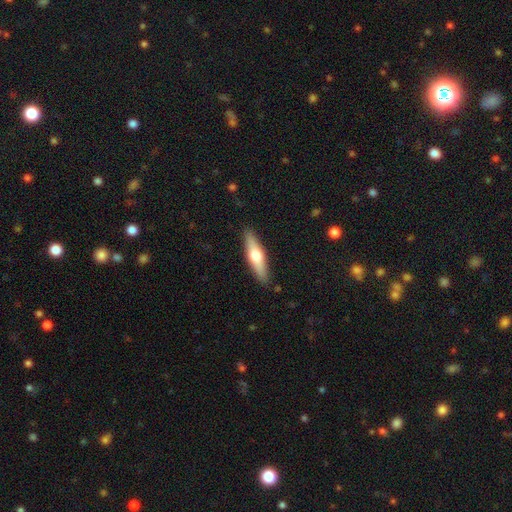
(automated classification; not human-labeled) This is possibly a smooth galaxy (48%). Merging: clearly none (89%).